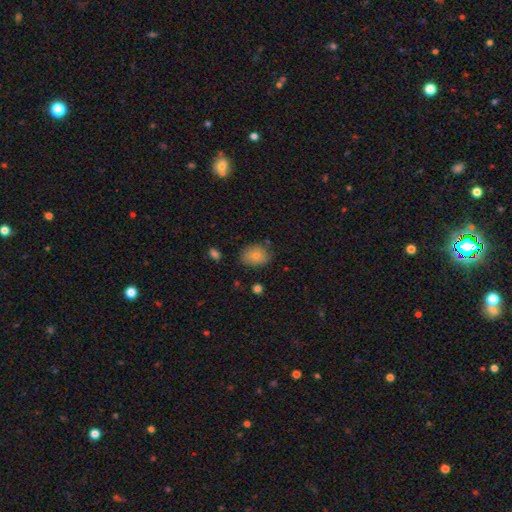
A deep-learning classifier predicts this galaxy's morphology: The model was most divided on "how rounded": in between: 60%, round: 39%, cigar-shaped: 1%. More confident: smooth or featured — smooth (81%); merging — none (76%).